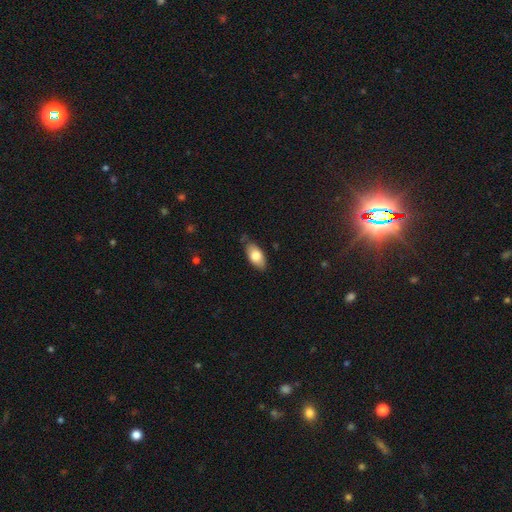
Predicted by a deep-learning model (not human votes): A smooth galaxy with no disk features (76%) that is in between round and cigar-shaped (90%).

Vote fractions:
- Smooth or featured? smooth: 76% / featured or disk: 18% / star or artifact: 6%
- How rounded? in between: 90% / cigar-shaped: 7% / round: 3%
- Merging? none: 73% / minor disturbance: 21% / major disturbance: 4% / merger: 2%